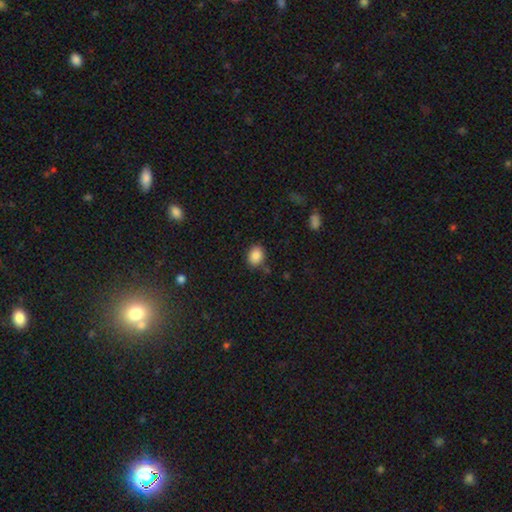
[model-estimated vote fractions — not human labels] A smooth galaxy with no disk features (86%) that is in between round and cigar-shaped (50%).

Vote fractions:
- Smooth or featured? smooth: 86% / star or artifact: 9% / featured or disk: 5%
- How rounded? in between: 50% / round: 49% / cigar-shaped: 1%
- Merging? none: 81% / minor disturbance: 13% / merger: 3% / major disturbance: 3%